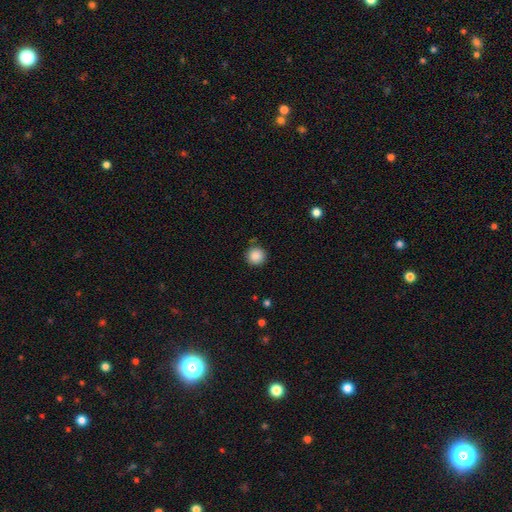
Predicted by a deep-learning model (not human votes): Overall: smooth (88%). How rounded: round (95%). Merging: none (87%).